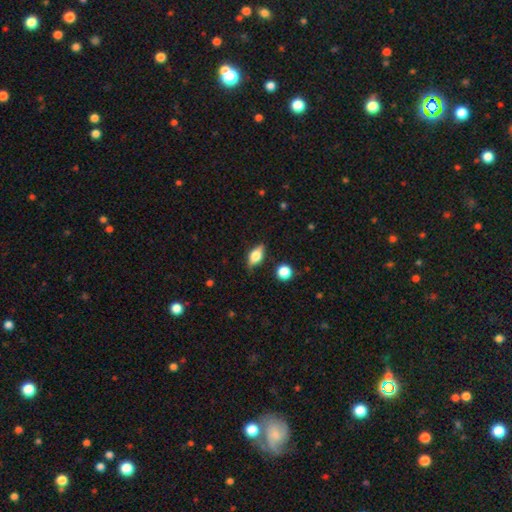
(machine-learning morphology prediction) smooth_or_featured: smooth (p=0.54) [alt: featured or disk p=0.37]
how_rounded: in between (p=0.77) [alt: cigar-shaped p=0.12]
merging: none (p=0.80) [alt: minor disturbance p=0.14]